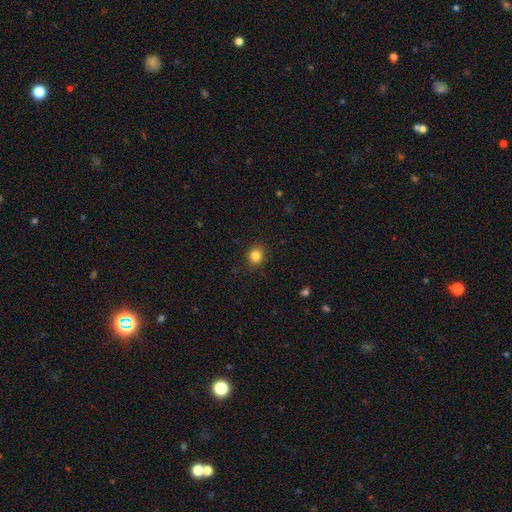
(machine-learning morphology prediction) Smooth or featured? Predicted: smooth (p=0.84). How rounded? Predicted: round (p=0.82). Merging? Predicted: none (p=0.90).